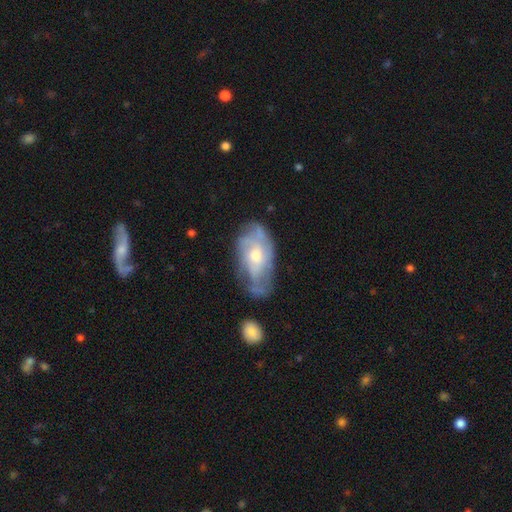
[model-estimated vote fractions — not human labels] Smooth or featured?
  - featured or disk: 69% *
  - smooth: 25%
  - star or artifact: 6%
Edge-on disk?
  - no: 93% *
  - yes: 7%
Bar?
  - no: 74% *
  - weak: 23%
  - strong: 4%
Spiral arms?
  - yes: 71% *
  - no: 29%
Bulge size?
  - moderate: 60% *
  - small: 31%
  - large: 6%
  - none: 2%
  - dominant: 1%
Merging?
  - none: 52% *
  - minor disturbance: 28%
  - major disturbance: 16%
  - merger: 5%